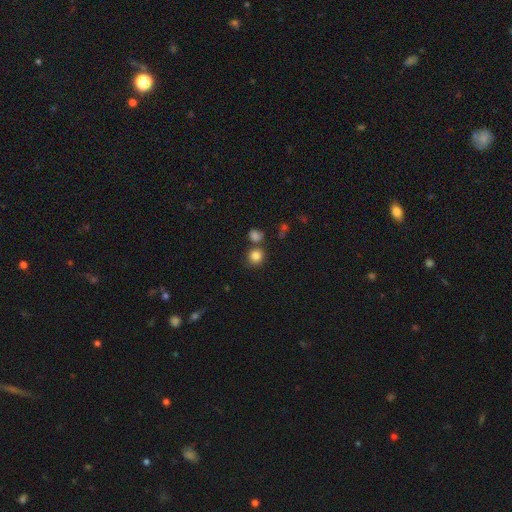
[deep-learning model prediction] A smooth galaxy with no disk features (84%) that is round (86%). Merging: none (71%).